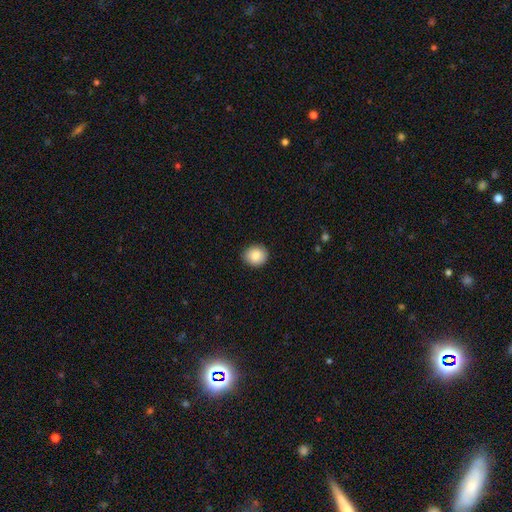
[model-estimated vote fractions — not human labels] Q: Smooth or featured?
A: smooth (88%); runner-up: star or artifact (7%)
Q: How rounded?
A: round (74%); runner-up: in between (25%)
Q: Merging?
A: none (89%); runner-up: minor disturbance (8%)